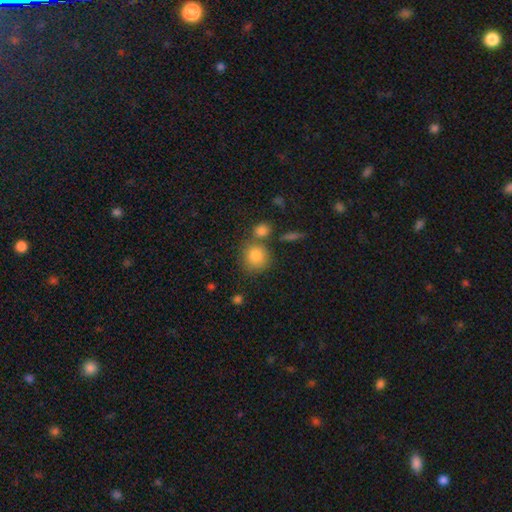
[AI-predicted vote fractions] This is clearly a smooth galaxy (83%). How rounded: clearly round (86%). Merging: likely none (62%).